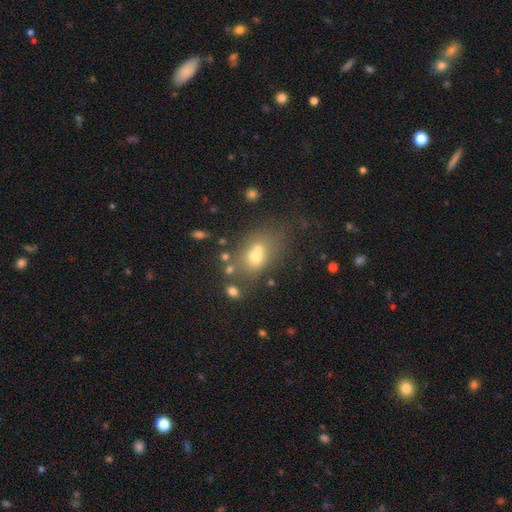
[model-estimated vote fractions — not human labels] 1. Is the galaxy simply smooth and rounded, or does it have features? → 61% smooth, 23% featured or disk, 17% star or artifact.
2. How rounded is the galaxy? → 62% in between, 35% round, 3% cigar-shaped.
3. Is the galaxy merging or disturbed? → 39% none (tied), 39% merger (tied), 13% minor disturbance, 9% major disturbance.